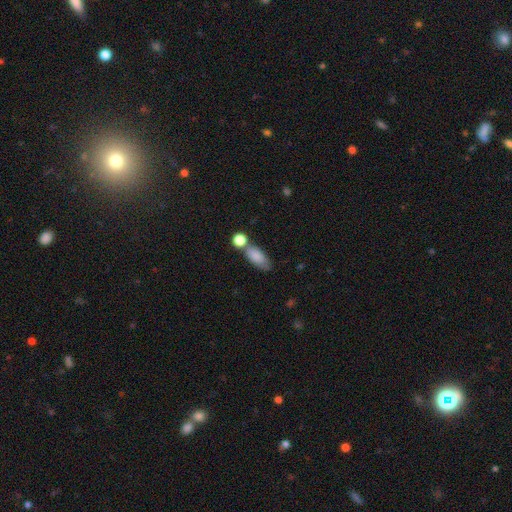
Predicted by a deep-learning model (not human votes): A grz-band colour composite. It shows a smooth galaxy with no disk features (83%) that is in between round and cigar-shaped (82%). Merging: none (51%).